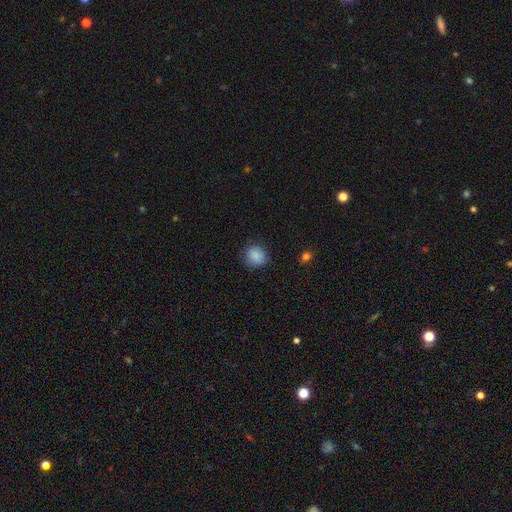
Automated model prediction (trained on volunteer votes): This is clearly a smooth galaxy (86%). How rounded: likely round (75%). Merging: clearly none (81%).